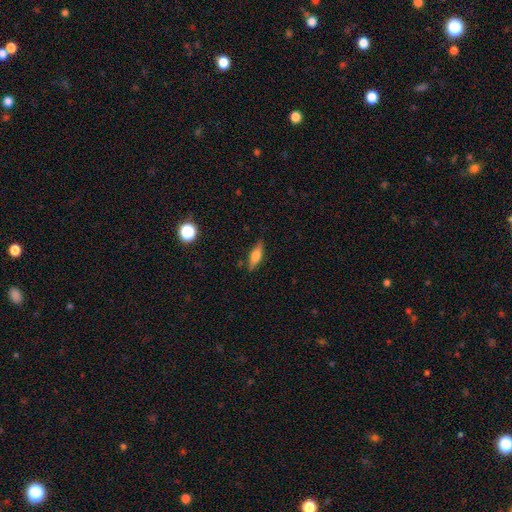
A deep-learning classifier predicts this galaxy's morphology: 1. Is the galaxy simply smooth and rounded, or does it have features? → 55% smooth, 37% featured or disk, 8% star or artifact.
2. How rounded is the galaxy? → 50% in between, 46% cigar-shaped, 3% round.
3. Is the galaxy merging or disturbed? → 84% none, 12% minor disturbance, 3% major disturbance, 2% merger.